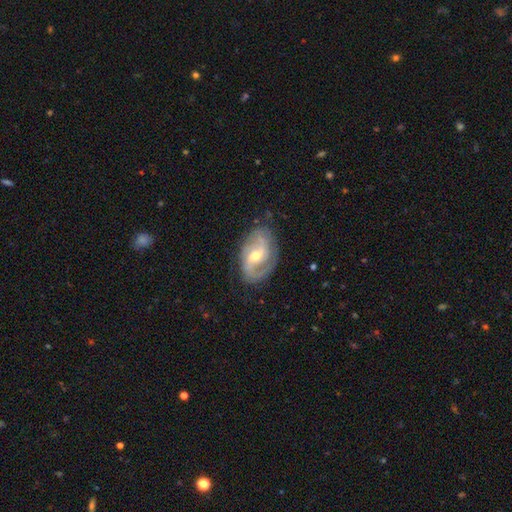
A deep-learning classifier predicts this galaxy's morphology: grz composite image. It shows a featured or disk galaxy (86%) with a weak bar (50%), 2 (74%) medium (50%) spiral arms (95%) and a moderate central bulge (58%). Merging: none (74%).